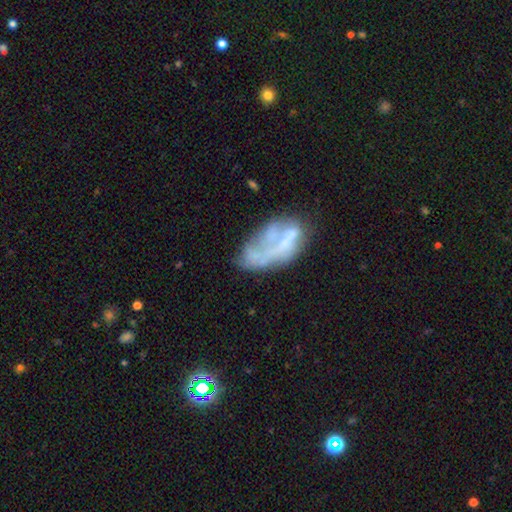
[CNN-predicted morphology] Smooth or featured?
  - featured or disk: 50% *
  - smooth: 39%
  - star or artifact: 11%
Merging?
  - major disturbance: 33% *
  - none: 31%
  - minor disturbance: 21%
  - merger: 14%